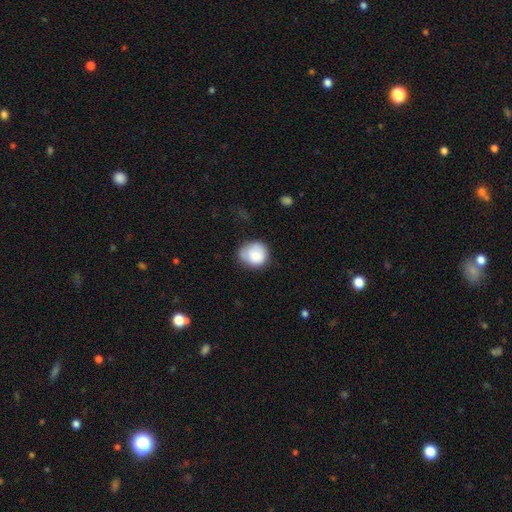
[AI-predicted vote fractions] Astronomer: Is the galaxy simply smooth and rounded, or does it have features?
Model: smooth — 79%.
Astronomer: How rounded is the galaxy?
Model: round — 80%.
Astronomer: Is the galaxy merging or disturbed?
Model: none — 54% (runner-up: minor disturbance, 34%).